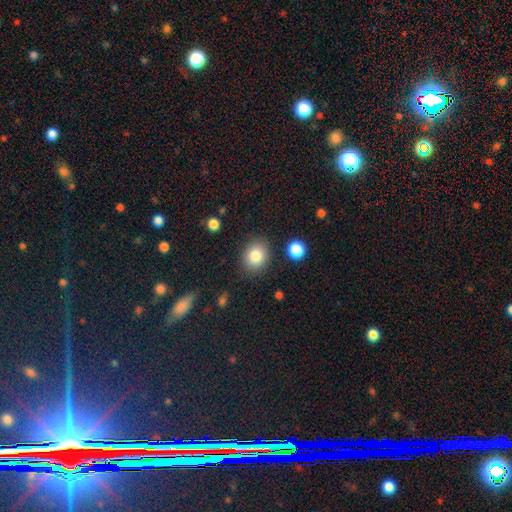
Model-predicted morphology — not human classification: smooth_or_featured: smooth (p=0.82) [alt: star or artifact p=0.10]
how_rounded: round (p=0.60) [alt: in between p=0.39]
merging: none (p=0.85) [alt: minor disturbance p=0.09]